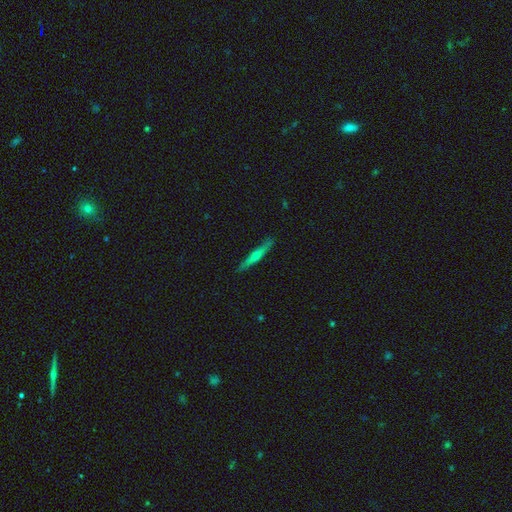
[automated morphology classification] smooth-or-featured: featured or disk: 57% | smooth: 36% | star or artifact: 6%
  disk-edge-on: yes: 96% | no: 4%
    edge-on-bulge: rounded: 75% | none: 20% | boxy: 6%
  merging: none: 89% | minor disturbance: 8% | major disturbance: 1% | merger: 1%